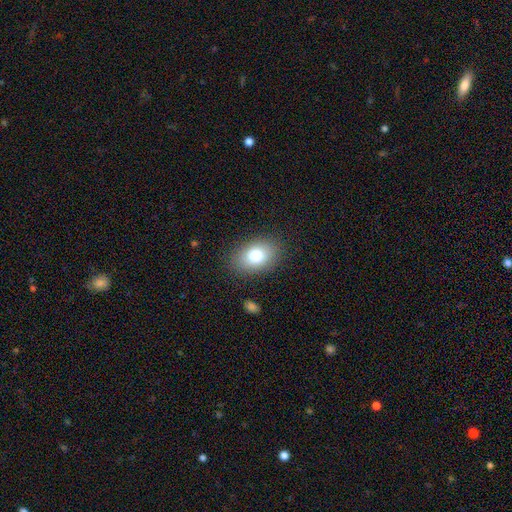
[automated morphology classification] Smooth or featured: smooth — 78% (featured or disk — 12%)
How rounded: in between — 81% (round — 18%)
Merging: none — 85% (minor disturbance — 10%)